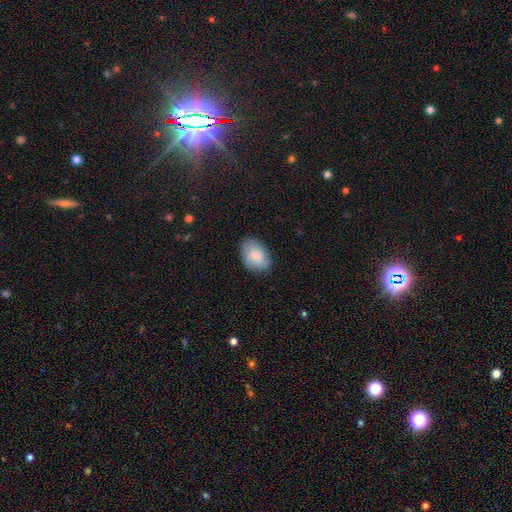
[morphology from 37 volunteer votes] Volunteers were most divided on "merging": none: 74%, minor disturbance: 23%, major disturbance: 3%, merger: 0%. More confident: how rounded — in between (83%); smooth or featured — smooth (81%).